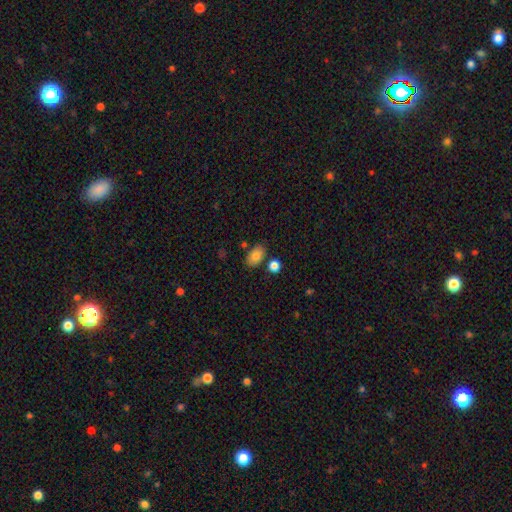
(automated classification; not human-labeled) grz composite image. It shows a smooth galaxy with no disk features (83%) that is in between round and cigar-shaped (88%). Merging: none (78%).